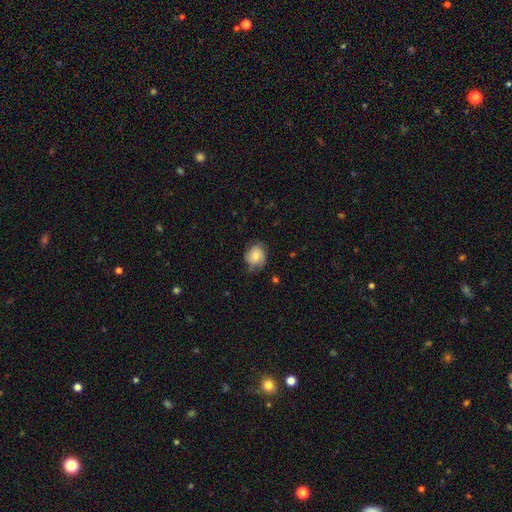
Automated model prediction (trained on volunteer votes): A smooth galaxy with no disk features (66%) that is round (67%).

Vote fractions:
- Smooth or featured? smooth: 66% / featured or disk: 26% / star or artifact: 8%
- How rounded? round: 67% / in between: 32% / cigar-shaped: 1%
- Merging? none: 60% / minor disturbance: 30% / major disturbance: 9% / merger: 1%